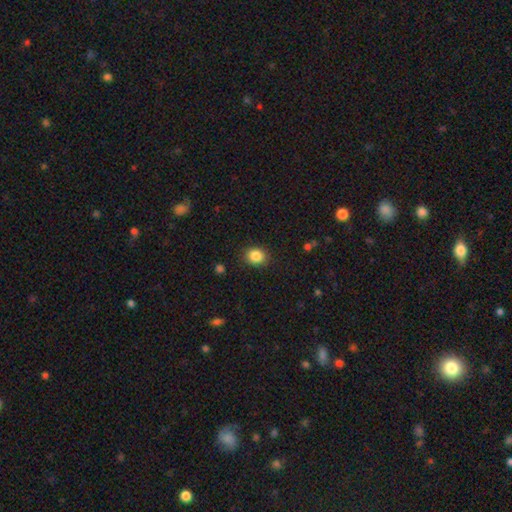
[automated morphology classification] smooth 86%, star or artifact 10%, featured or disk 4%. Down the decision tree: how rounded — round (63%); merging — none (87%).